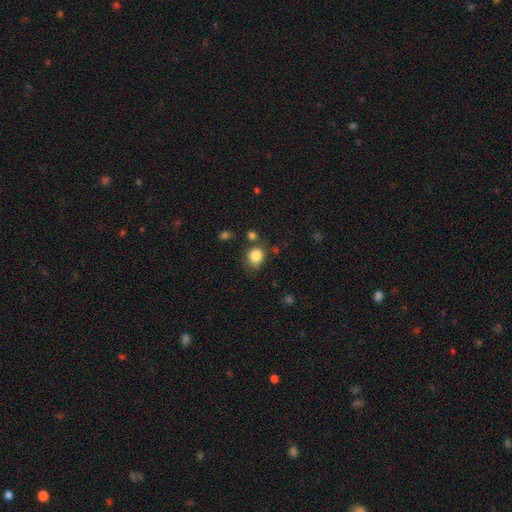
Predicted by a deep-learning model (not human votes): The model was most divided on "how rounded": round: 68%, in between: 31%, cigar-shaped: 1%. More confident: smooth or featured — smooth (84%); merging — none (66%).